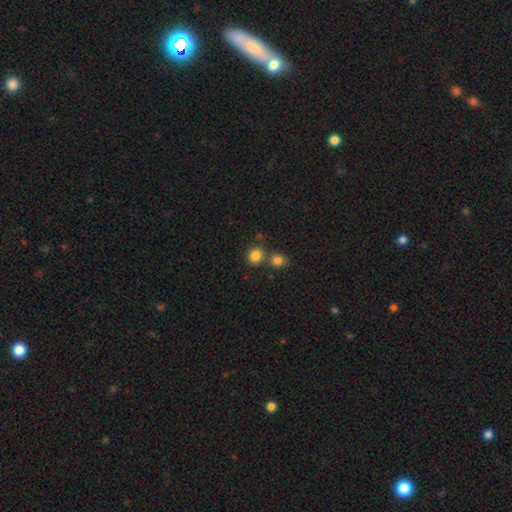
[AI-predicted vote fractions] Smooth or featured? Predicted: smooth (p=0.83). How rounded? Predicted: round (p=0.82). Merging? Predicted: none (p=0.64).